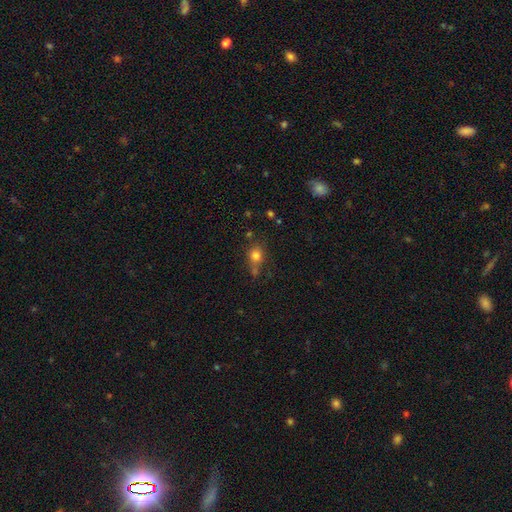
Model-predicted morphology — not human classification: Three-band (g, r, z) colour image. It shows a smooth galaxy with no disk features (79%) that is round (69%). Merging: none (62%).